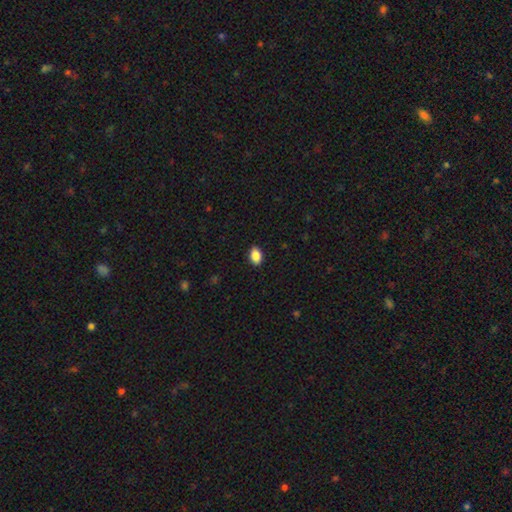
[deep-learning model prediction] A smooth galaxy with no disk features (89%) that is in between round and cigar-shaped (86%). Merging: none (89%).